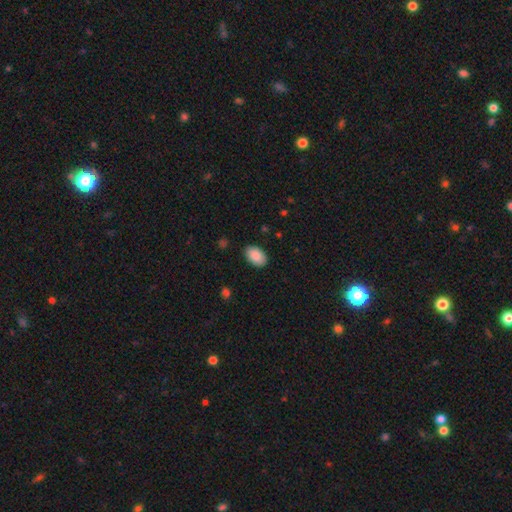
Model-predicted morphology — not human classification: smooth 89%, star or artifact 7%, featured or disk 4%. Down the decision tree: how rounded — in between (91%); merging — none (88%).